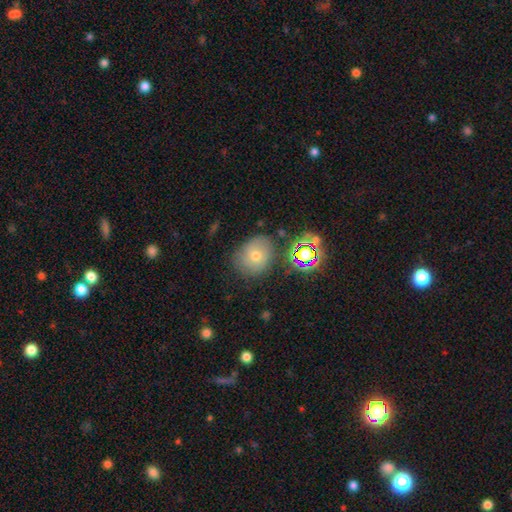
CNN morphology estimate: This is likely a smooth galaxy (61%). How rounded: likely round (63%). Merging: likely none (68%).